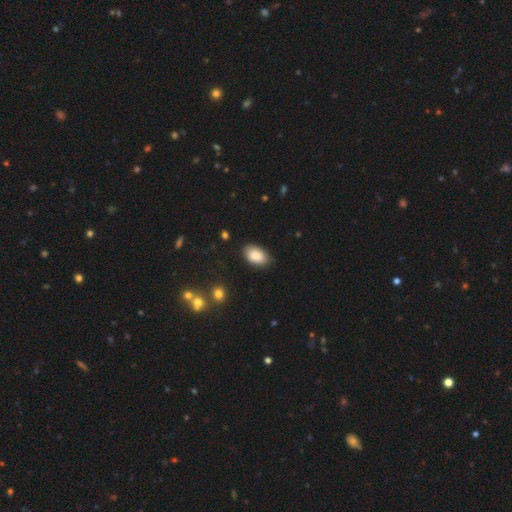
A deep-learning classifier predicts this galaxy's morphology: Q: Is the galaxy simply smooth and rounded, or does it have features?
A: smooth — 87%.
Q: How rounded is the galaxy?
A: in between — 93%.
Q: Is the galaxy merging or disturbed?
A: none — 84%.